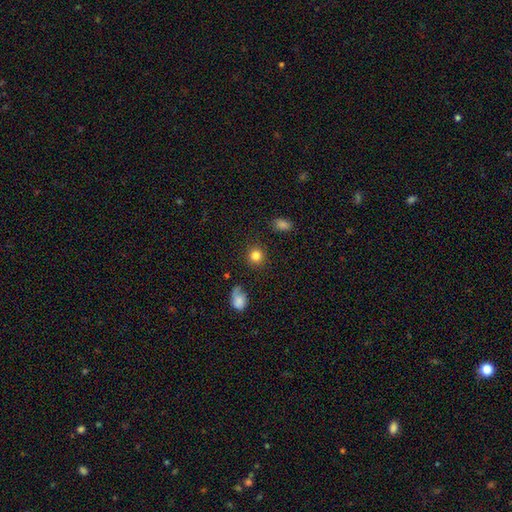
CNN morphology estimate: Smooth or featured?
  - smooth: 83% *
  - star or artifact: 11%
  - featured or disk: 6%
How rounded?
  - round: 90% *
  - in between: 9%
  - cigar-shaped: 1%
Merging?
  - none: 88% *
  - minor disturbance: 7%
  - major disturbance: 3%
  - merger: 2%